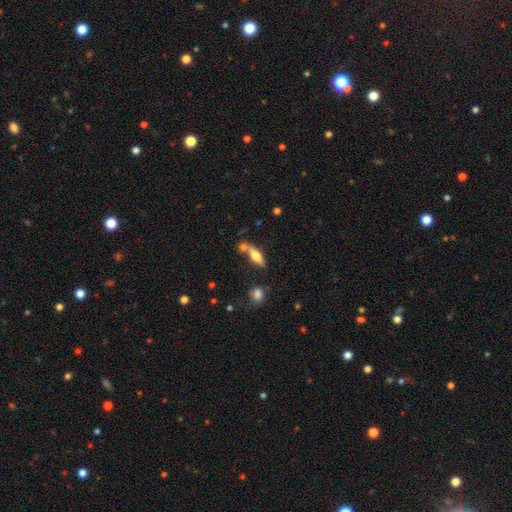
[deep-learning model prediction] smooth_or_featured: smooth (p=0.59) [alt: featured or disk p=0.33]
how_rounded: in between (p=0.51) [alt: cigar-shaped p=0.46]
merging: none (p=0.59) [alt: merger p=0.22]